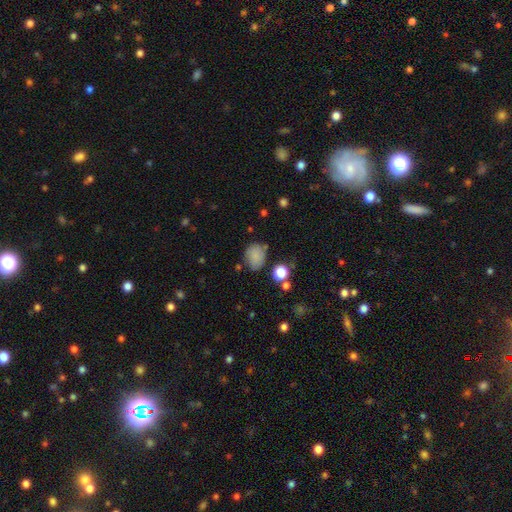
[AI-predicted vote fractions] Q: Smooth or featured?
A: smooth (79%); runner-up: star or artifact (11%)
Q: How rounded?
A: in between (53%); runner-up: round (46%)
Q: Merging?
A: none (64%); runner-up: minor disturbance (23%)